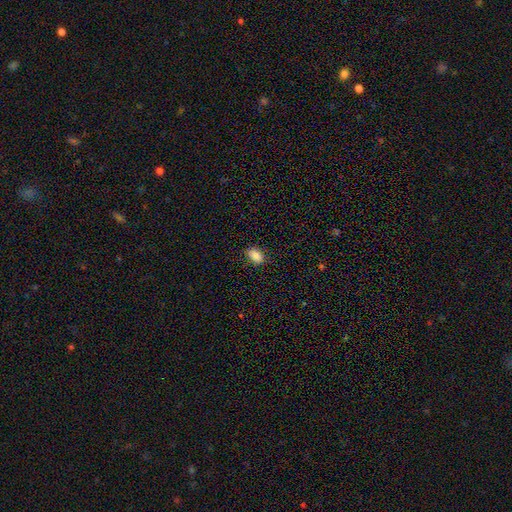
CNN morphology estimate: Smooth or featured: smooth — 85% (star or artifact — 9%)
How rounded: in between — 84% (round — 14%)
Merging: none — 84% (minor disturbance — 13%)